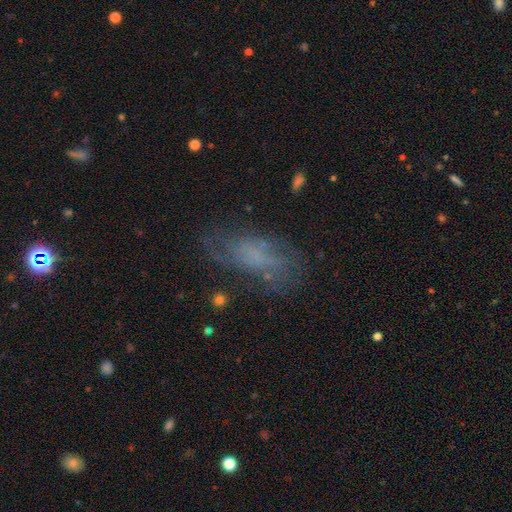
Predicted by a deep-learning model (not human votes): A smooth galaxy with no disk features (44%). Merging: none (54%).